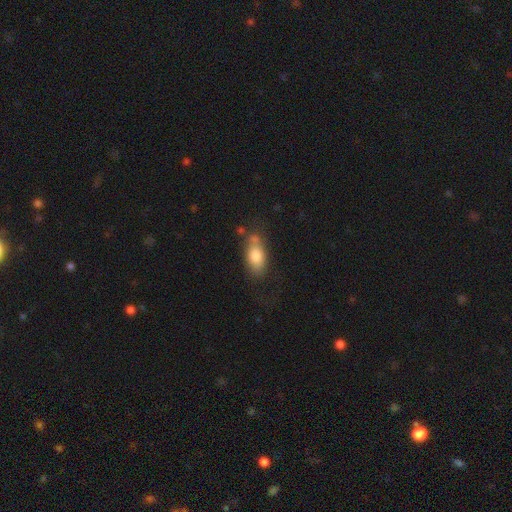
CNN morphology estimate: This appears to be a smooth galaxy with no disk features (78%) that is in between round and cigar-shaped (85%). Merging: none (53%).